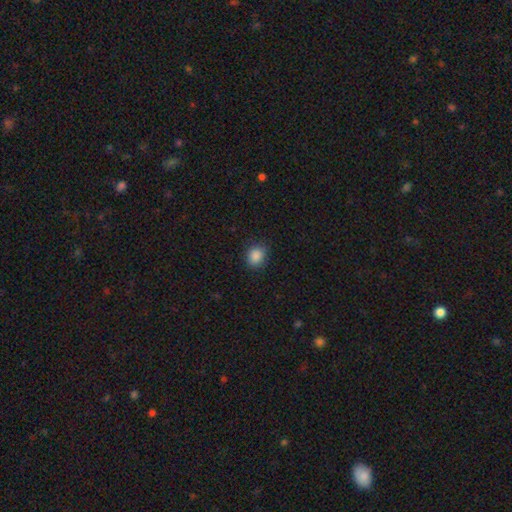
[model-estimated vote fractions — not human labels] The model was most divided on "how rounded": round: 60%, in between: 39%, cigar-shaped: 1%. More confident: smooth or featured — smooth (87%); merging — none (84%).